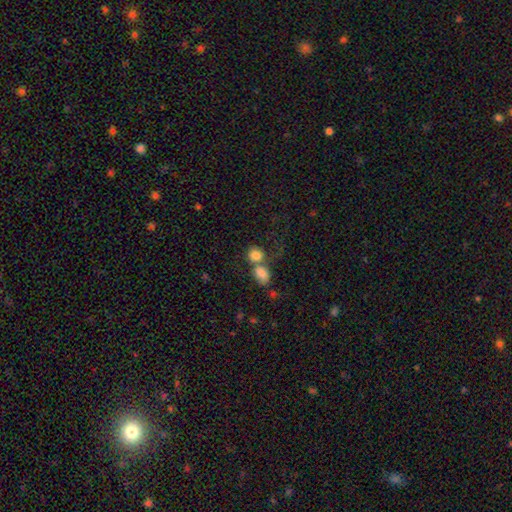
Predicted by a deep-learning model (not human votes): Q: Smooth or featured?
A: smooth (83%); runner-up: star or artifact (9%)
Q: How rounded?
A: round (65%); runner-up: in between (33%)
Q: Merging?
A: merger (55%); runner-up: none (30%)